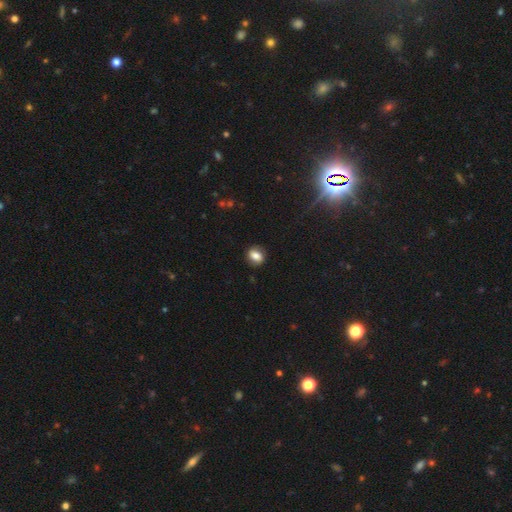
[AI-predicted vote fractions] The model was most divided on "how rounded": in between: 51%, round: 48%, cigar-shaped: 2%. More confident: merging — none (85%); smooth or featured — smooth (74%).